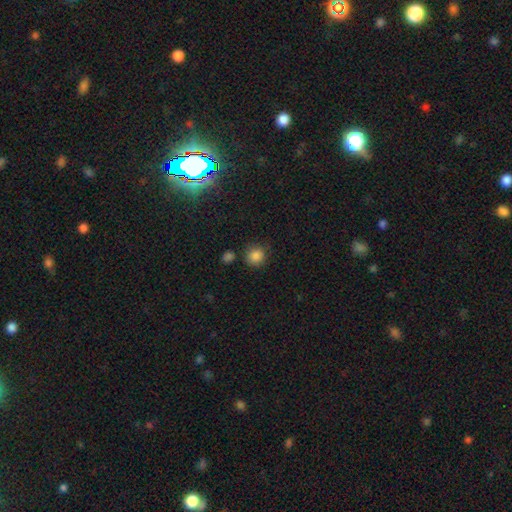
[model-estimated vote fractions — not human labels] Smooth or featured? smooth (85%)
How rounded? round (87%)
Merging? none (77%)